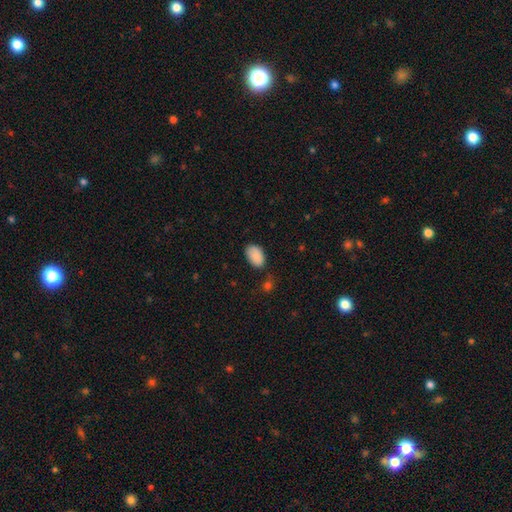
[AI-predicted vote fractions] Smooth or featured? smooth (89%)
How rounded? in between (92%)
Merging? none (75%)